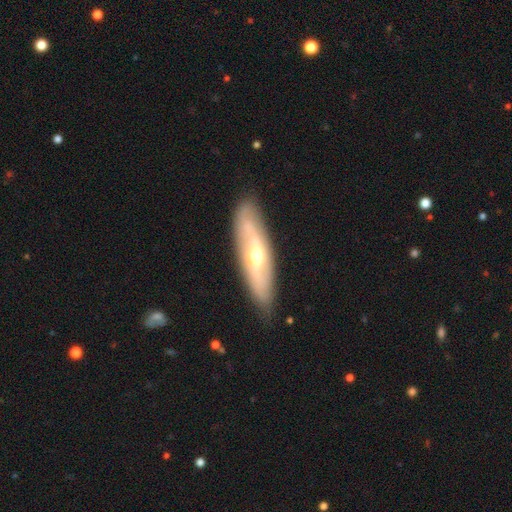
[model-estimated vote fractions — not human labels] Smooth or featured? featured or disk (69%)
Edge-on disk? no (67%)
Merging? none (86%)